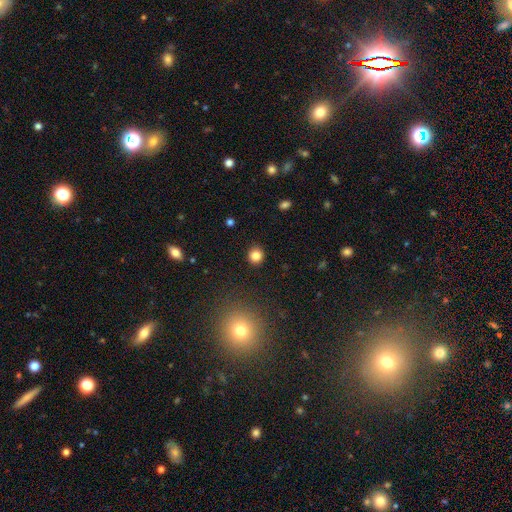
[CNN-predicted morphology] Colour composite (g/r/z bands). It shows a smooth galaxy with no disk features (84%) that is round (88%). Merging: none (91%).